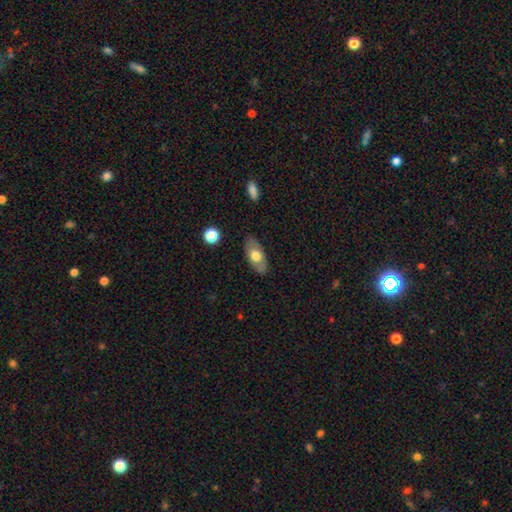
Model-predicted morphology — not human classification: smooth-or-featured: smooth: 59% | featured or disk: 35% | star or artifact: 6%
  how-rounded: in between: 89% | cigar-shaped: 6% | round: 5%
  merging: none: 79% | minor disturbance: 15% | major disturbance: 4% | merger: 2%